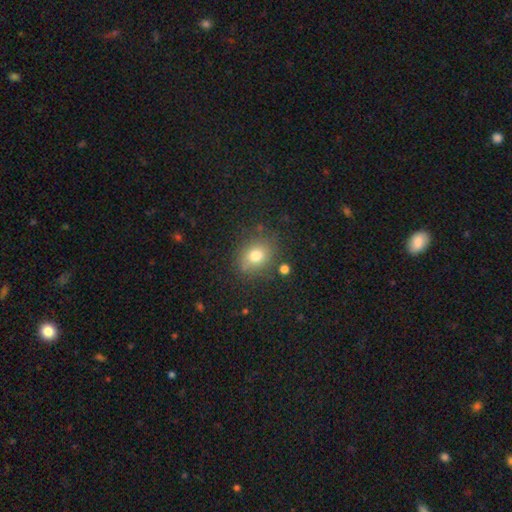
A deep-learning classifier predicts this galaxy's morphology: smooth-or-featured: smooth: 76% | star or artifact: 13% | featured or disk: 11%
  how-rounded: round: 59% | in between: 40% | cigar-shaped: 1%
  merging: none: 79% | minor disturbance: 13% | major disturbance: 4% | merger: 3%